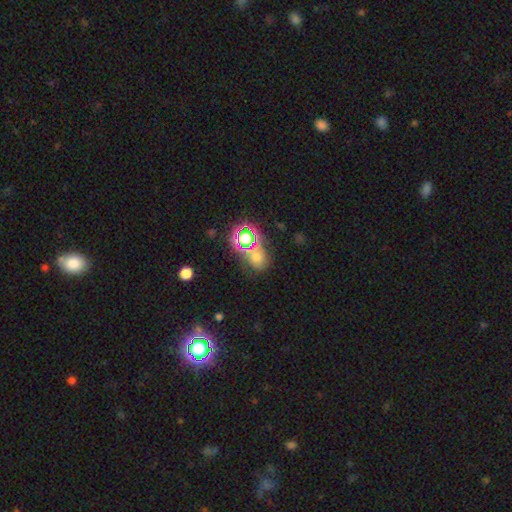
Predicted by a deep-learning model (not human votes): Morphology: type=star or artifact (49%).